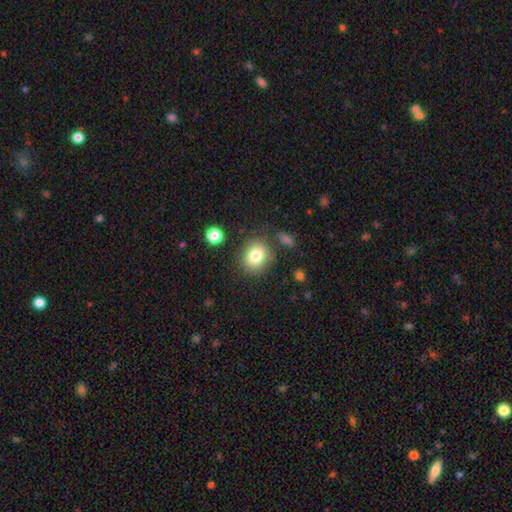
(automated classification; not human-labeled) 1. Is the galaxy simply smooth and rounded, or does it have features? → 80% smooth, 10% star or artifact, 9% featured or disk.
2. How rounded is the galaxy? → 71% round, 28% in between, 1% cigar-shaped.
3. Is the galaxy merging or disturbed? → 79% none, 12% minor disturbance, 5% merger, 4% major disturbance.